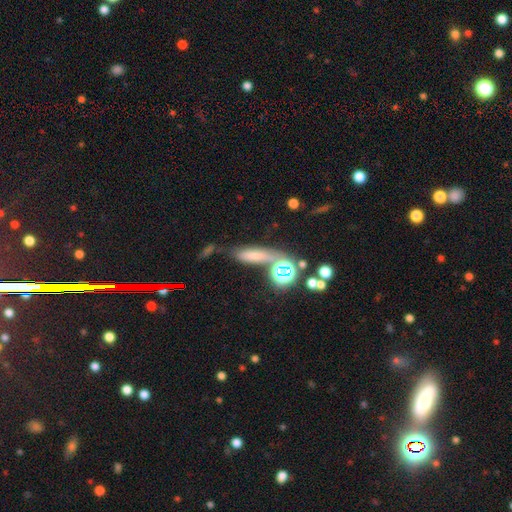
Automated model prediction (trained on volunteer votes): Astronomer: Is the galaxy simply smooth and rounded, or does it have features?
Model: smooth — 60%.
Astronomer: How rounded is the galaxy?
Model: cigar-shaped — 51% (runner-up: in between, 38%).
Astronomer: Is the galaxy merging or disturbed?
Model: none — 52%.